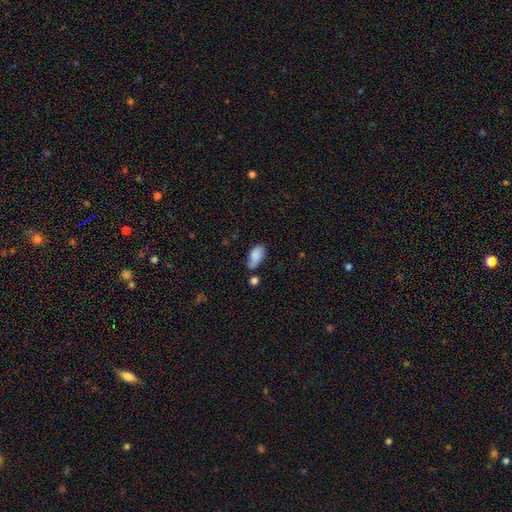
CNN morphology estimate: A smooth galaxy with no disk features (83%) that is in between round and cigar-shaped (92%). Merging: none (47%).